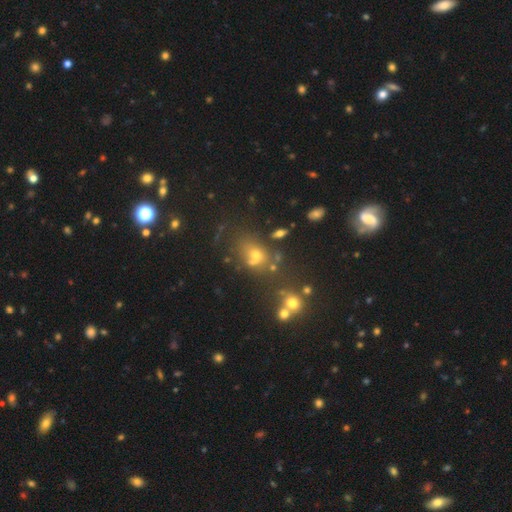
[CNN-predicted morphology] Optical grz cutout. It shows a smooth galaxy with no disk features (53%) that is in between round and cigar-shaped (58%). Merging: none (49%).